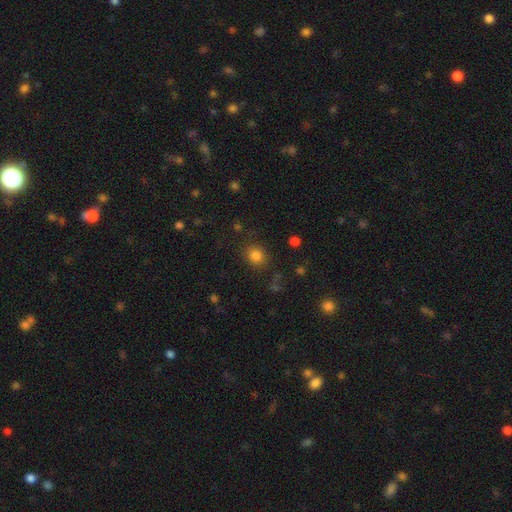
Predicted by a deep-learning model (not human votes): smooth_or_featured: smooth (p=0.82) [alt: star or artifact p=0.13]
how_rounded: round (p=0.72) [alt: in between p=0.27]
merging: none (p=0.84) [alt: minor disturbance p=0.10]